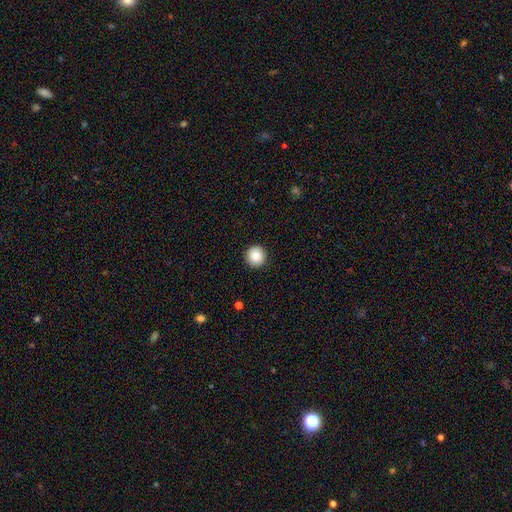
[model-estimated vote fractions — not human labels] smooth-or-featured: smooth: 87% | star or artifact: 8% | featured or disk: 5%
  how-rounded: round: 94% | in between: 5% | cigar-shaped: 1%
  merging: none: 92% | minor disturbance: 5% | major disturbance: 2% | merger: 1%